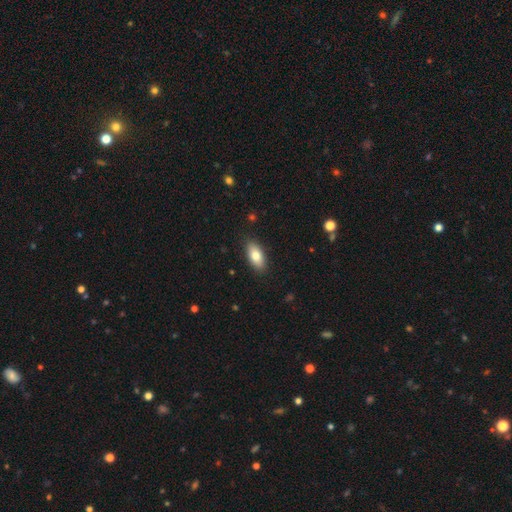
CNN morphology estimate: Overall: smooth (77%). How rounded: in between (88%). Merging: none (88%).